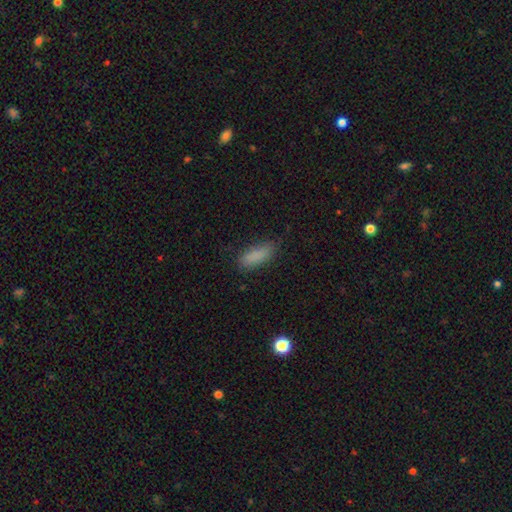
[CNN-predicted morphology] smooth_or_featured: smooth (p=0.85) [alt: star or artifact p=0.09]
how_rounded: in between (p=0.64) [alt: cigar-shaped p=0.34]
merging: none (p=0.77) [alt: minor disturbance p=0.17]